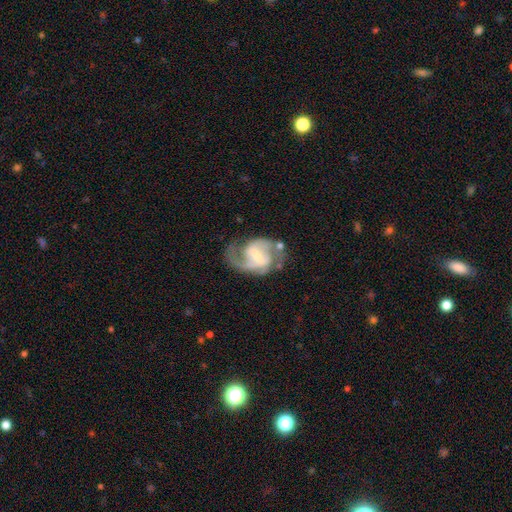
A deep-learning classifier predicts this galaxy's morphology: Smooth or featured: featured or disk — 85% (smooth — 10%)
Edge-on disk: no — 98% (yes — 2%)
Bar: weak — 50% (strong — 28%)
Spiral arms: yes — 94% (no — 6%)
Spiral winding: medium — 55% (loose — 27%)
Spiral arm count: 2 — 82% (1 — 7%)
Bulge size: small — 52% (moderate — 31%)
Merging: none — 60% (minor disturbance — 19%)